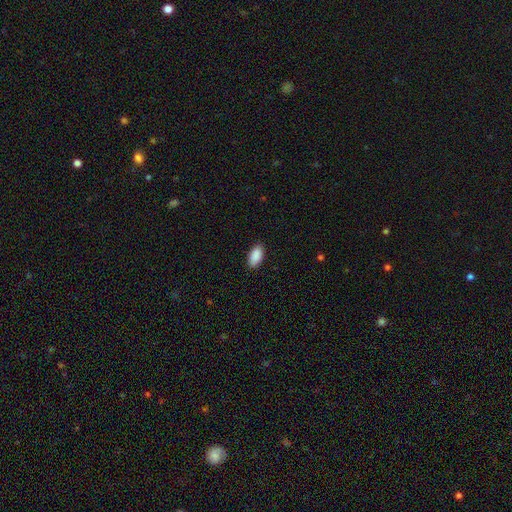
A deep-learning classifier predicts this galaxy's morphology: Overall: smooth (91%). How rounded: in between (94%). Merging: none (88%).